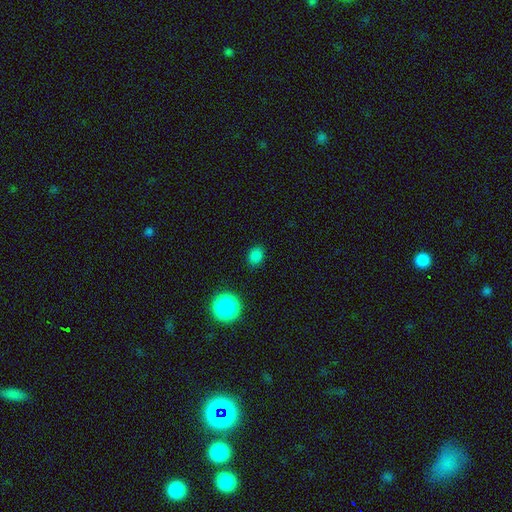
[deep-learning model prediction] Morphology: type=smooth (80%); roundness=round (59%); merging=none (87%).